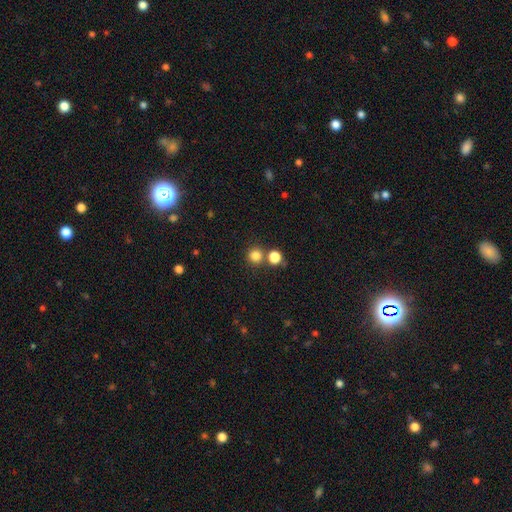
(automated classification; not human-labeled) This is clearly a smooth galaxy (81%). How rounded: clearly round (94%). Merging: likely none (75%).